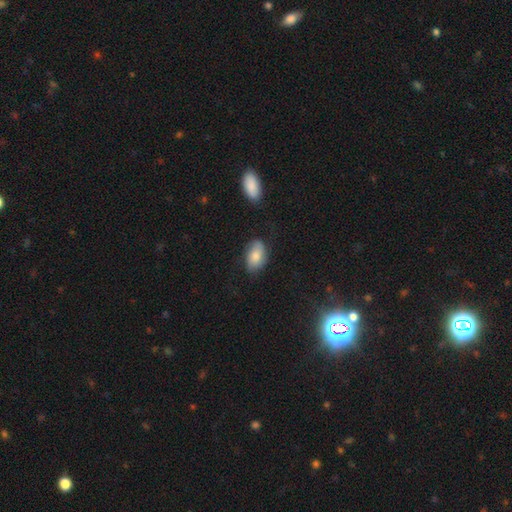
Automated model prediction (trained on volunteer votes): The model was most divided on "merging": none: 69%, minor disturbance: 23%, major disturbance: 6%, merger: 2%. More confident: how rounded — in between (92%); smooth or featured — smooth (78%).